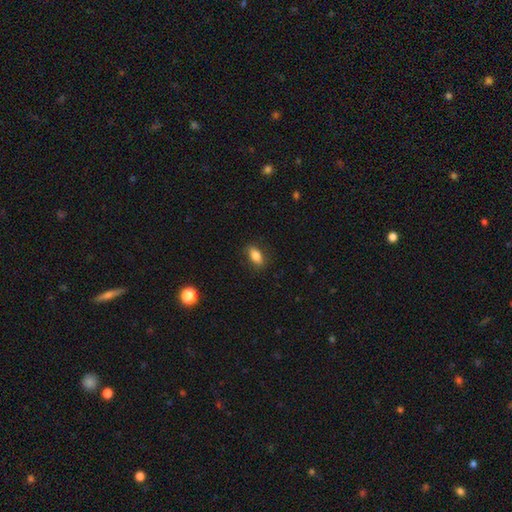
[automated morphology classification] type=smooth (81%); roundness=in between (83%); merging=none (84%).